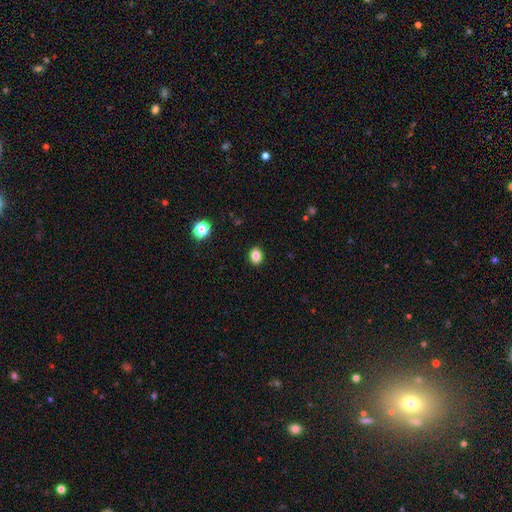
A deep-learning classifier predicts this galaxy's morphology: smooth-or-featured: smooth: 85% | star or artifact: 11% | featured or disk: 5%
  how-rounded: in between: 56% | round: 43% | cigar-shaped: 1%
  merging: none: 90% | minor disturbance: 7% | major disturbance: 2% | merger: 1%